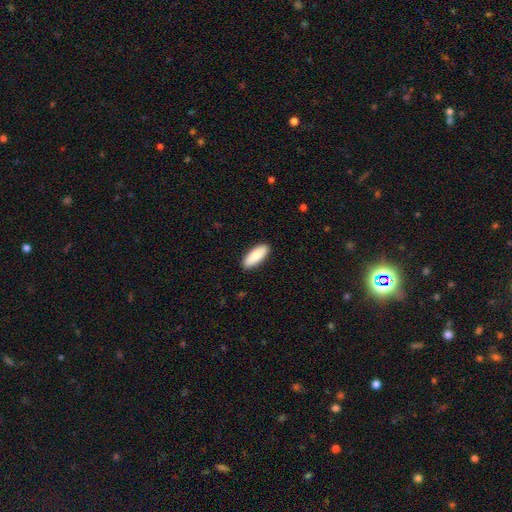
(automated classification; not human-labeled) The model was most divided on "how rounded": in between: 78%, cigar-shaped: 21%, round: 2%. More confident: merging — none (90%); smooth or featured — smooth (90%).